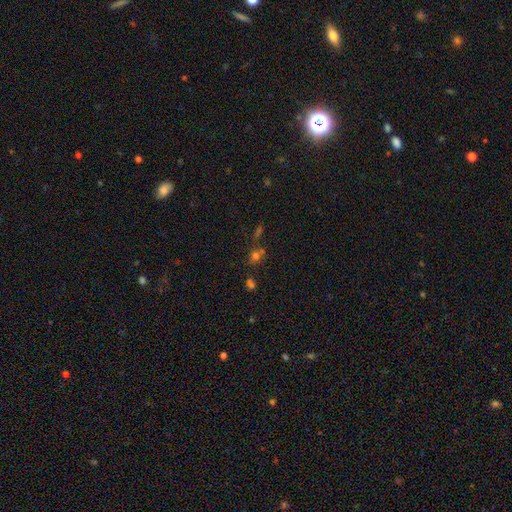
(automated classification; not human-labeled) smooth-or-featured: smooth: 62% | star or artifact: 26% | featured or disk: 12%
  how-rounded: round: 69% | in between: 29% | cigar-shaped: 2%
  merging: none: 57% | merger: 23% | minor disturbance: 14% | major disturbance: 7%